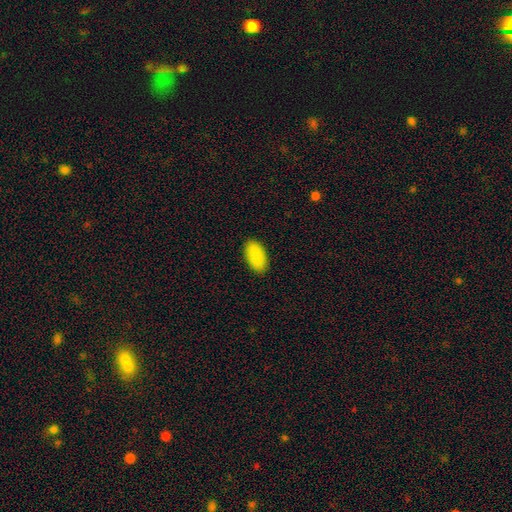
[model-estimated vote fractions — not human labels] Overall: smooth (90%). How rounded: in between (95%). Merging: none (89%).